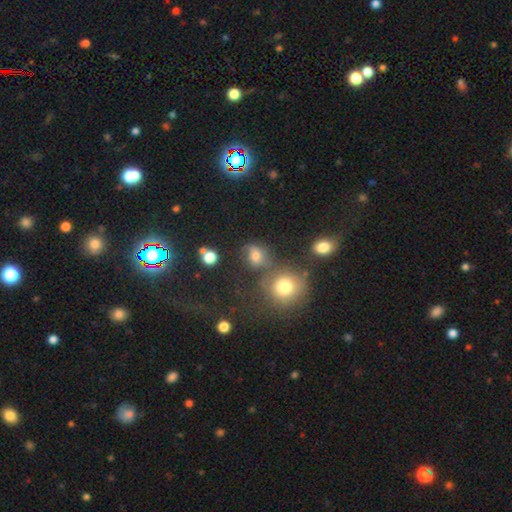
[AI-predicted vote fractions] Smooth or featured: smooth — 63% (star or artifact — 19%)
How rounded: round — 62% (in between — 36%)
Merging: none — 50% (merger — 19%)